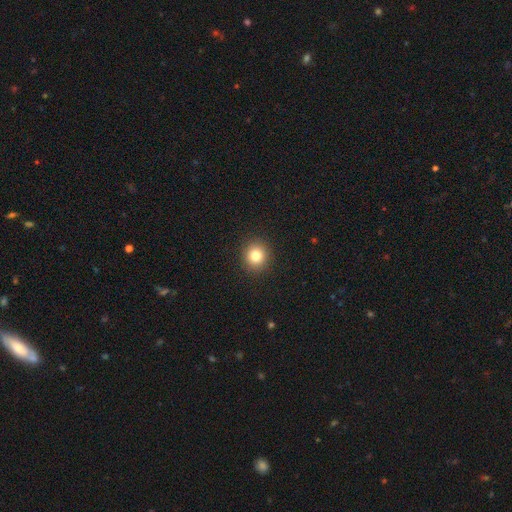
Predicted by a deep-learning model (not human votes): smooth 81%, star or artifact 12%, featured or disk 7%. Down the decision tree: how rounded — round (87%); merging — none (92%).